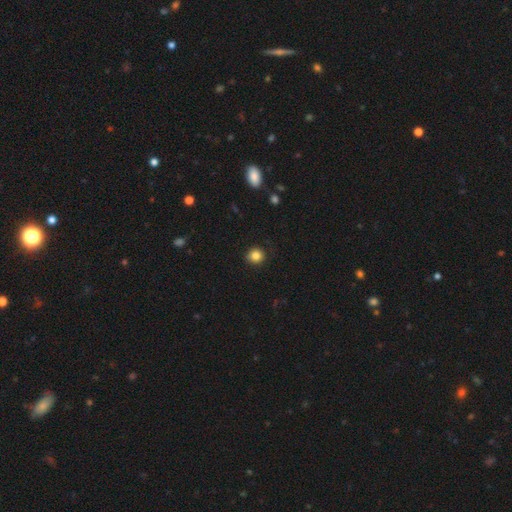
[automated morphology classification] A smooth galaxy with no disk features (84%) that is round (90%).

Vote fractions:
- Smooth or featured? smooth: 84% / star or artifact: 11% / featured or disk: 5%
- How rounded? round: 90% / in between: 9% / cigar-shaped: 1%
- Merging? none: 88% / minor disturbance: 9% / major disturbance: 2% / merger: 1%